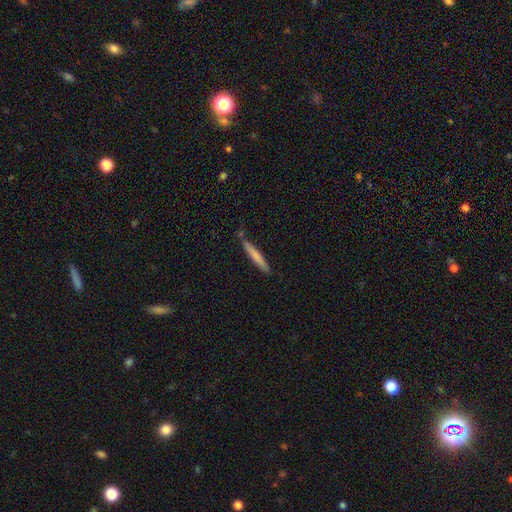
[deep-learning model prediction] A smooth galaxy with no disk features (71%) that is cigar-shaped (95%). Merging: none (77%).